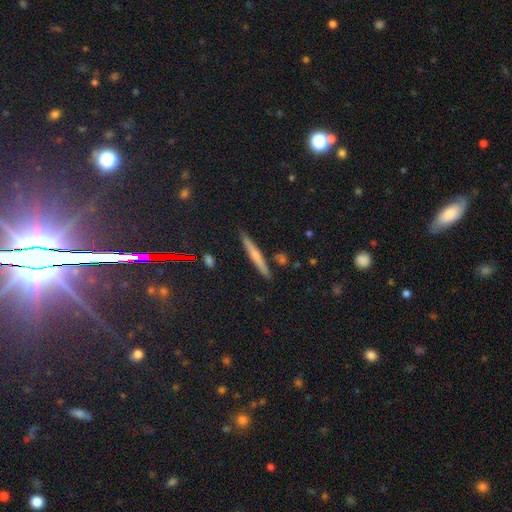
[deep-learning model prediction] This is possibly a smooth galaxy (49%). Merging: clearly none (88%).